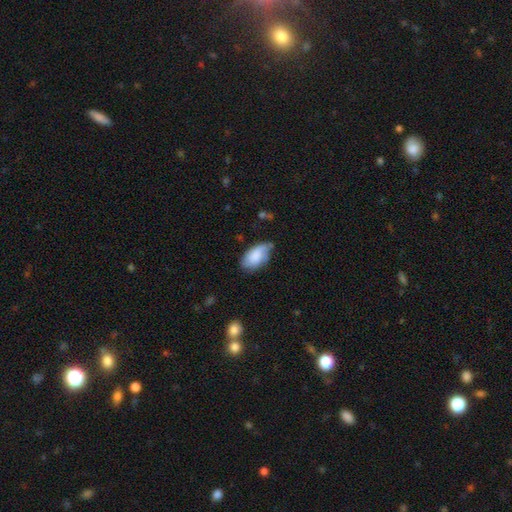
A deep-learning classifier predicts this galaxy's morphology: smooth-or-featured: smooth: 73% | featured or disk: 20% | star or artifact: 7%
  how-rounded: in between: 94% | round: 4% | cigar-shaped: 2%
  merging: none: 50% | minor disturbance: 37% | major disturbance: 10% | merger: 3%